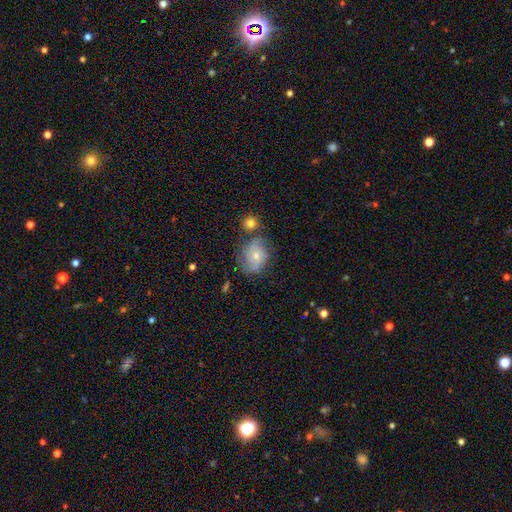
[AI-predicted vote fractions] Morphology: type=smooth (45%, tied with featured or disk); merging=none (57%).